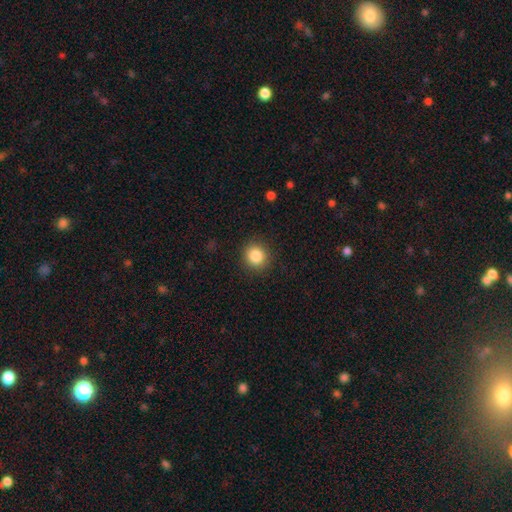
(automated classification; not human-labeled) Overall: smooth (85%). How rounded: round (89%). Merging: none (89%).